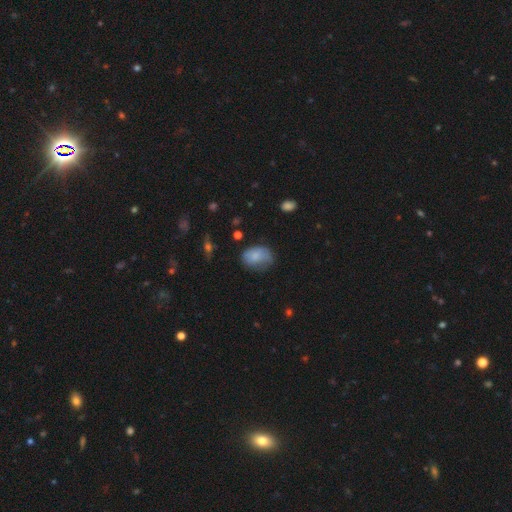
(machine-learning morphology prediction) This appears to be a smooth galaxy with no disk features (77%) that is in between round and cigar-shaped (75%). Merging: none (53%).